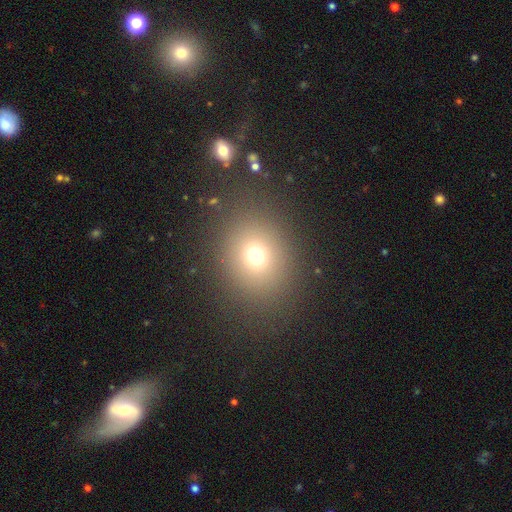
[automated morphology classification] Smooth or featured?
  - smooth: 70% *
  - star or artifact: 20%
  - featured or disk: 10%
How rounded?
  - round: 65% *
  - in between: 34%
  - cigar-shaped: 1%
Merging?
  - none: 85% *
  - minor disturbance: 8%
  - major disturbance: 5%
  - merger: 2%